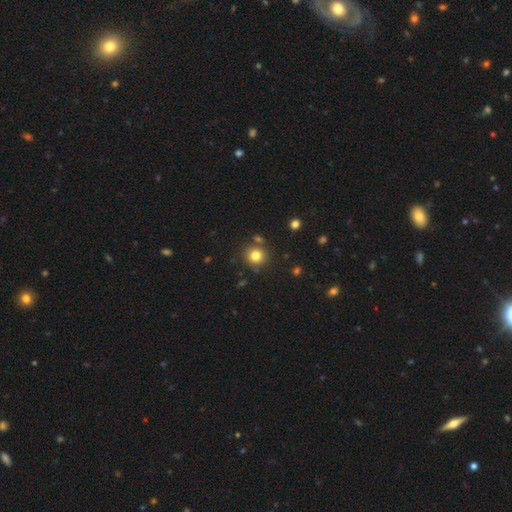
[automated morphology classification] smooth_or_featured: smooth (p=0.80) [alt: star or artifact p=0.13]
how_rounded: round (p=0.92) [alt: in between p=0.07]
merging: none (p=0.81) [alt: minor disturbance p=0.08]